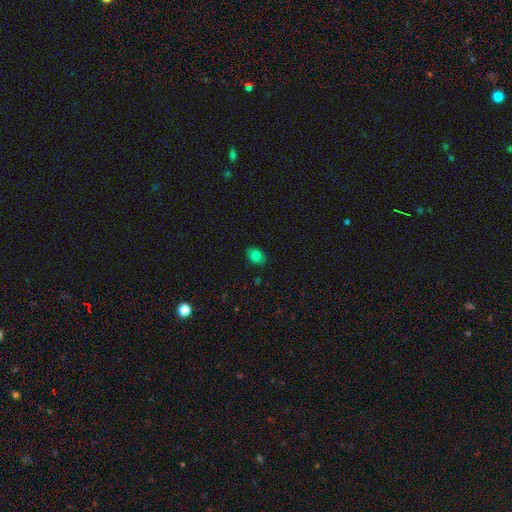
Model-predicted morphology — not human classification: Smooth or featured? Predicted: smooth (p=0.81). How rounded? Predicted: in between (p=0.65). Merging? Predicted: none (p=0.85).